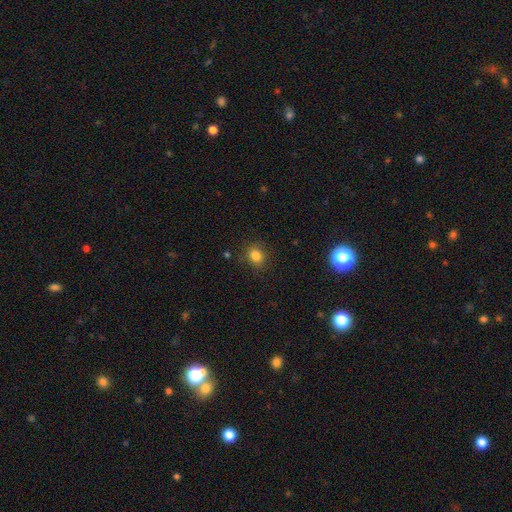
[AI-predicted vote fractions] This appears to be a smooth galaxy with no disk features (82%) that is round (75%). Merging: none (86%).